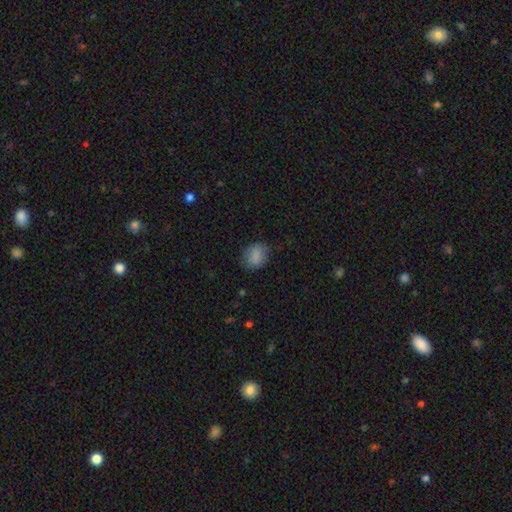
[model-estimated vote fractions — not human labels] Smooth or featured?
  - smooth: 86% *
  - star or artifact: 8%
  - featured or disk: 6%
How rounded?
  - round: 53% *
  - in between: 46%
  - cigar-shaped: 1%
Merging?
  - none: 78% *
  - minor disturbance: 17%
  - major disturbance: 4%
  - merger: 1%